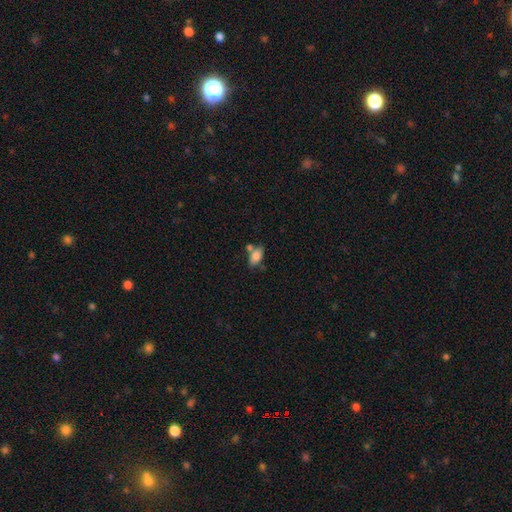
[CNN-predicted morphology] The model was most divided on "merging": none: 59%, merger: 22%, minor disturbance: 15%, major disturbance: 4%. More confident: how rounded — in between (90%); smooth or featured — smooth (80%).